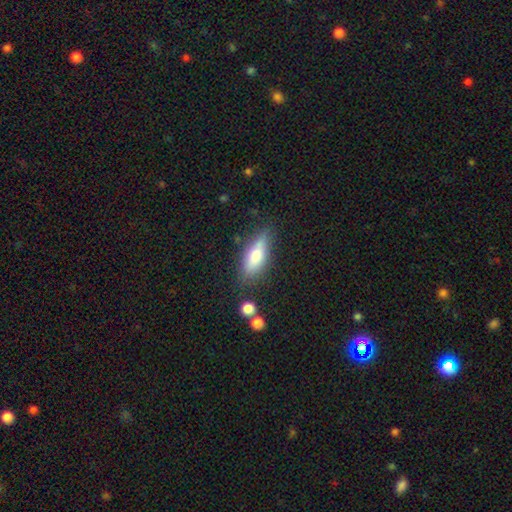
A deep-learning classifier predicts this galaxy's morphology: Smooth or featured?
  - smooth: 66% *
  - featured or disk: 26%
  - star or artifact: 8%
How rounded?
  - in between: 57% *
  - cigar-shaped: 41%
  - round: 3%
Merging?
  - none: 73% *
  - minor disturbance: 18%
  - major disturbance: 4%
  - merger: 4%